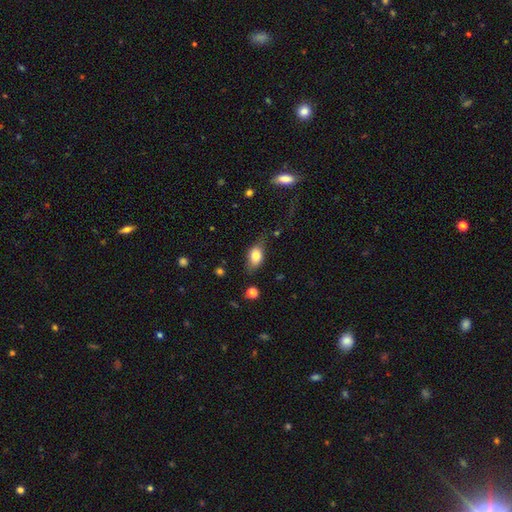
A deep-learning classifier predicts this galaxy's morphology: smooth-or-featured: smooth: 77% | featured or disk: 15% | star or artifact: 8%
  how-rounded: in between: 82% | round: 13% | cigar-shaped: 5%
  merging: none: 63% | minor disturbance: 26% | major disturbance: 8% | merger: 2%